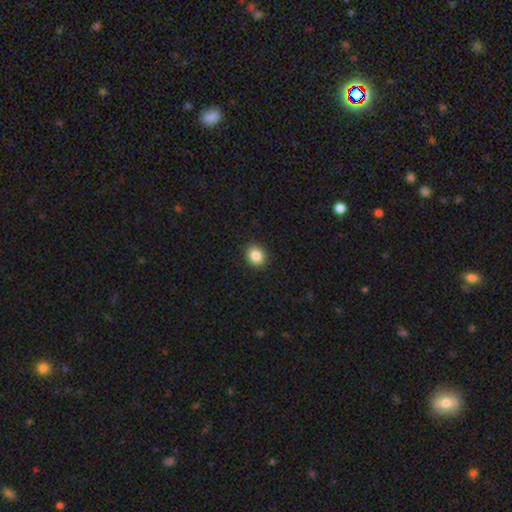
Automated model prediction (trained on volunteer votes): smooth_or_featured: smooth (p=0.85) [alt: star or artifact p=0.10]
how_rounded: round (p=0.64) [alt: in between p=0.35]
merging: none (p=0.91) [alt: minor disturbance p=0.06]